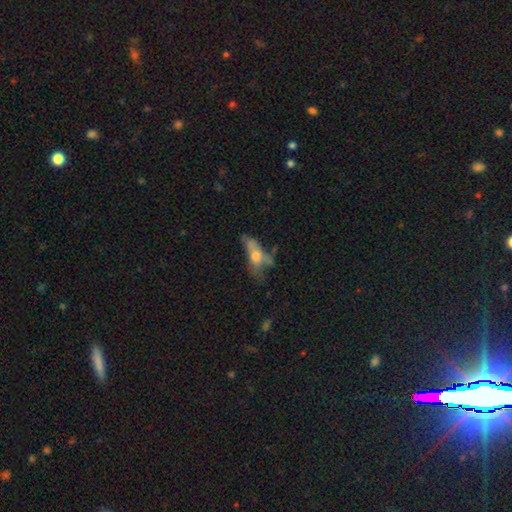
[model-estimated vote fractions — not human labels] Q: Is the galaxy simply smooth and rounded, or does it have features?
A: smooth — 51%.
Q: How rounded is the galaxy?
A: in between — 70%.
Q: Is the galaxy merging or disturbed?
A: major disturbance — 36%.